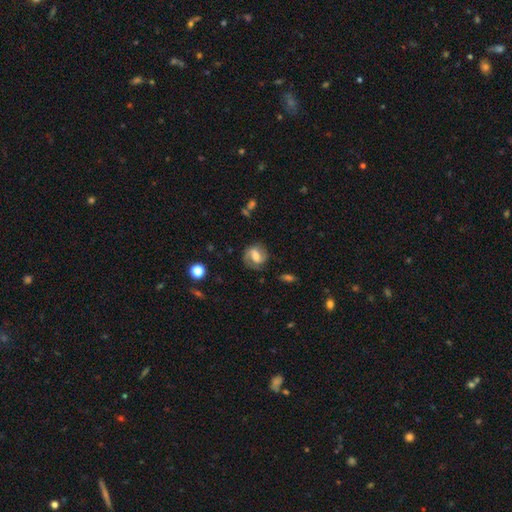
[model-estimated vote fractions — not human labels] This is likely a featured or disk galaxy (61%). It is clearly not viewed edge-on (97%). Bar: possibly weak (46%). Spiral arm pattern: clearly yes (87%). Spiral arm count: likely 2 (78%). Spiral winding: possibly medium (46%). Central bulge: possibly moderate (47%). Merging: likely none (71%).